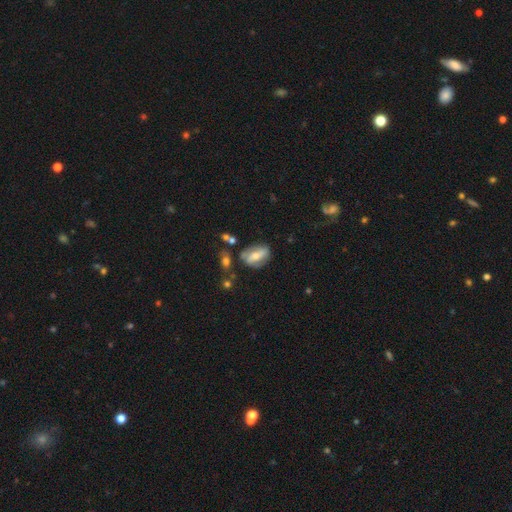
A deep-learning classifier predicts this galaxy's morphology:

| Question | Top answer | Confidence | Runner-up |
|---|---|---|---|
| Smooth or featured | featured or disk | 53% | smooth (39%) |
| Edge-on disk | no | 86% | yes (14%) |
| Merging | none | 62% | minor disturbance (22%) |